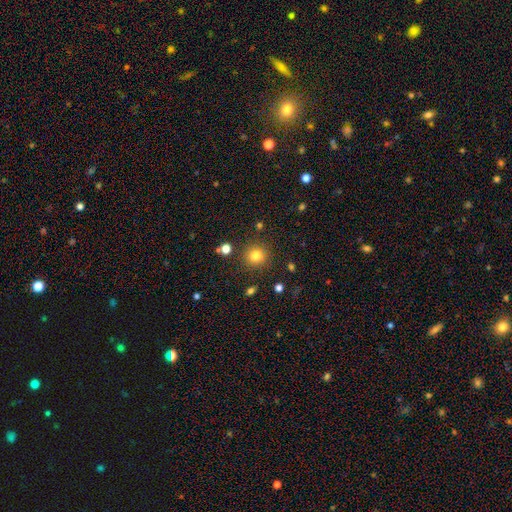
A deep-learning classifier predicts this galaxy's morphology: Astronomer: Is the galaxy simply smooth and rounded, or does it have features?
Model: smooth — 80%.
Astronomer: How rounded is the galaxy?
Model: round — 92%.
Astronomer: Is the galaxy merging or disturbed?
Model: none — 88%.